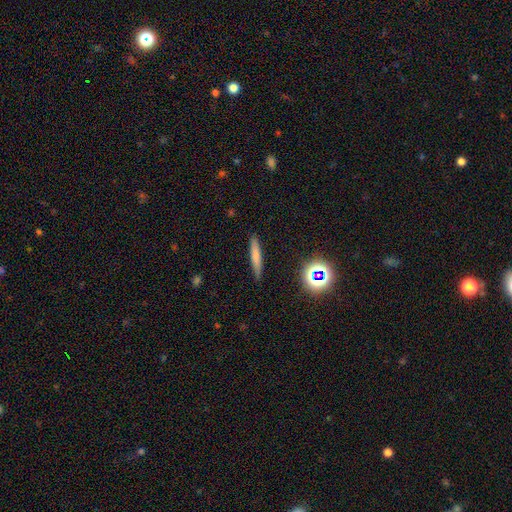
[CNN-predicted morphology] smooth_or_featured: smooth (p=0.68) [alt: featured or disk p=0.21]
how_rounded: cigar-shaped (p=0.91) [alt: in between p=0.06]
merging: none (p=0.86) [alt: minor disturbance p=0.10]